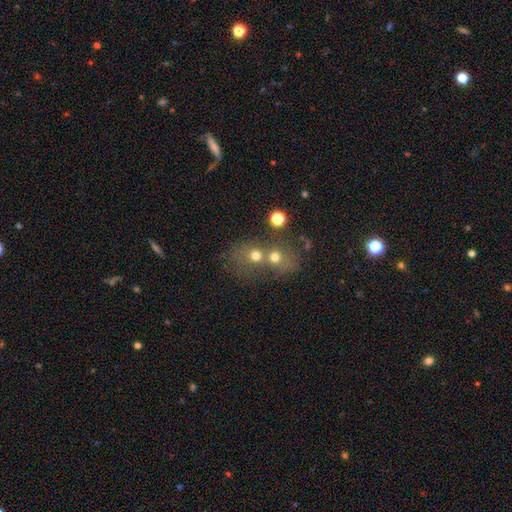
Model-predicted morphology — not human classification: Smooth or featured? Predicted: smooth (p=0.62). How rounded? Predicted: round (p=0.74). Merging? Predicted: merger (p=0.59).